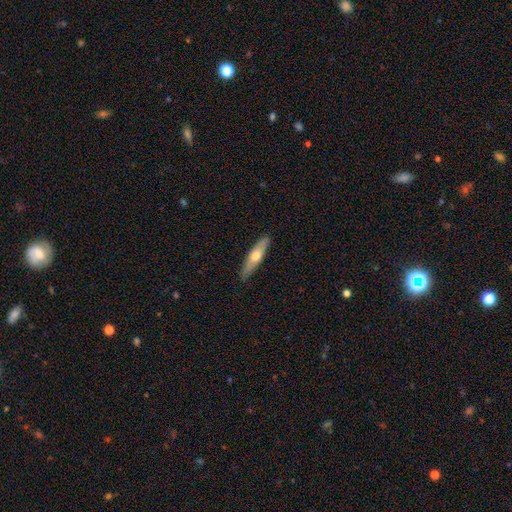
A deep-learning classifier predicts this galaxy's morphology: smooth_or_featured: smooth (p=0.53) [alt: featured or disk p=0.42]
how_rounded: cigar-shaped (p=0.76) [alt: in between p=0.22]
merging: none (p=0.86) [alt: minor disturbance p=0.11]